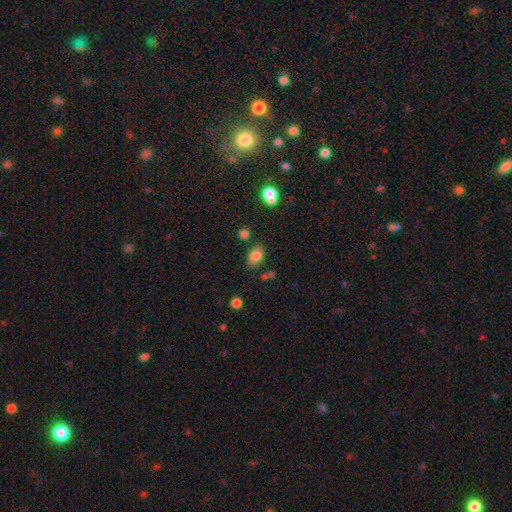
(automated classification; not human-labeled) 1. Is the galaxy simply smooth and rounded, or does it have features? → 82% smooth, 10% star or artifact, 7% featured or disk.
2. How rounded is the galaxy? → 75% in between, 24% round, 1% cigar-shaped.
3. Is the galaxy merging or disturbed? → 75% none, 15% minor disturbance, 6% merger, 4% major disturbance.